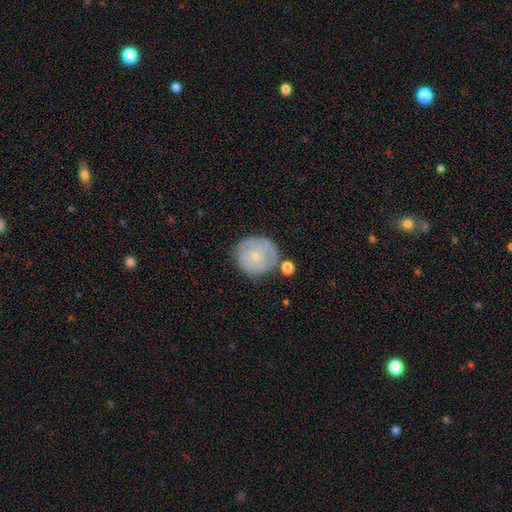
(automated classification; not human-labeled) This is possibly a featured or disk galaxy (54%). It is clearly not viewed edge-on (97%). Bar: likely no (74%). Spiral arm pattern: likely yes (76%). Central bulge: likely small (76%). Merging: likely none (66%).